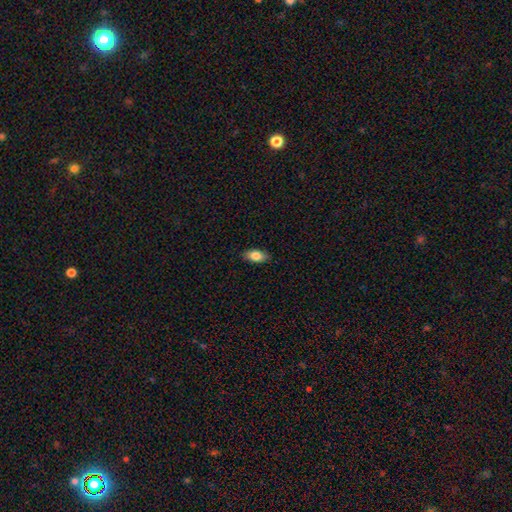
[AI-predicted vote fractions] A smooth galaxy with no disk features (83%) that is in between round and cigar-shaped (90%).

Vote fractions:
- Smooth or featured? smooth: 83% / featured or disk: 10% / star or artifact: 7%
- How rounded? in between: 90% / cigar-shaped: 6% / round: 5%
- Merging? none: 87% / minor disturbance: 10% / major disturbance: 2% / merger: 1%